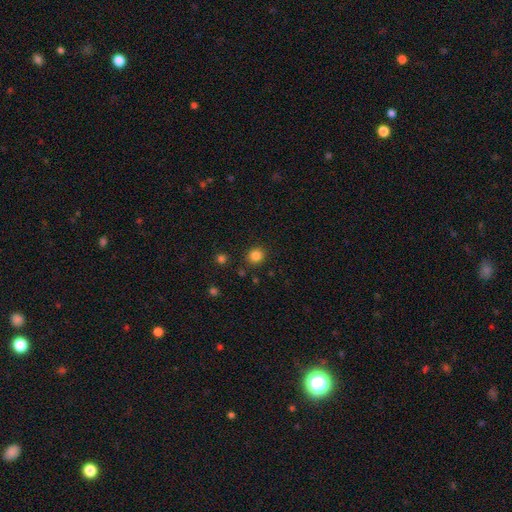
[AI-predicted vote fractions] This appears to be a smooth galaxy with no disk features (84%) that is round (88%). Merging: none (89%).